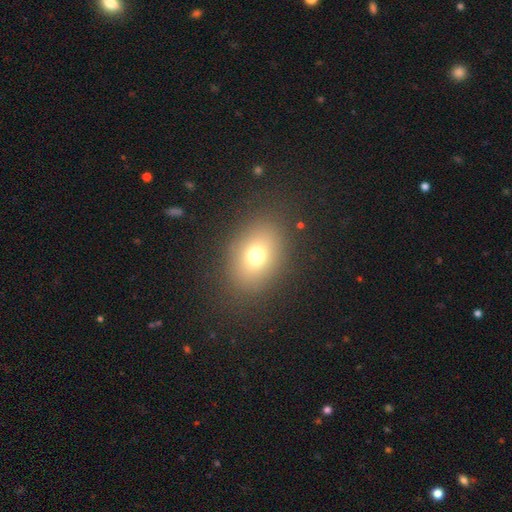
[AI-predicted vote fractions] Q: Smooth or featured?
A: smooth (71%); runner-up: star or artifact (16%)
Q: How rounded?
A: in between (64%); runner-up: round (35%)
Q: Merging?
A: none (84%); runner-up: minor disturbance (9%)